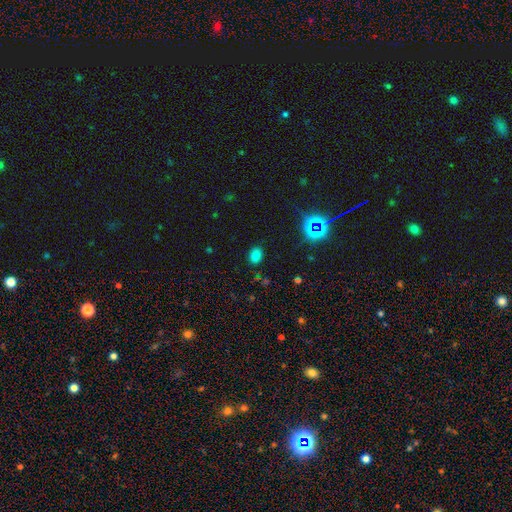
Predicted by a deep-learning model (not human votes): Morphology: type=smooth (73%); roundness=in between (77%); merging=none (83%).